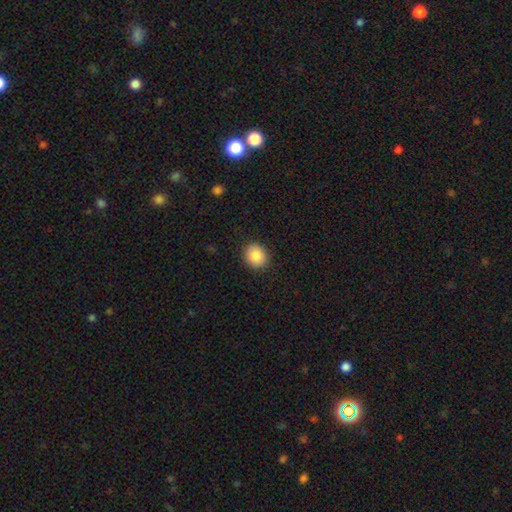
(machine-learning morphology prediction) The model was most divided on "how rounded": round: 78%, in between: 21%, cigar-shaped: 1%. More confident: merging — none (90%); smooth or featured — smooth (87%).